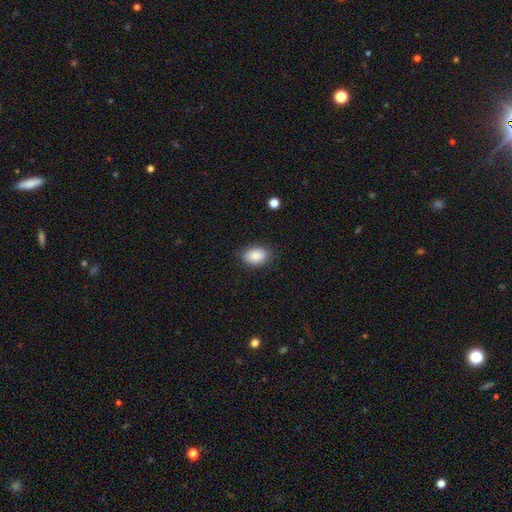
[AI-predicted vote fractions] A smooth galaxy with no disk features (87%) that is in between round and cigar-shaped (79%). Merging: none (83%).